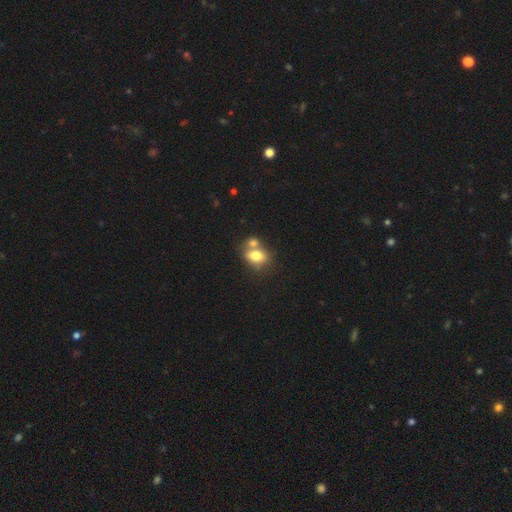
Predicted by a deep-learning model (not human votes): Q: Smooth or featured?
A: smooth (76%); runner-up: featured or disk (14%)
Q: How rounded?
A: in between (70%); runner-up: round (28%)
Q: Merging?
A: merger (49%); runner-up: none (36%)